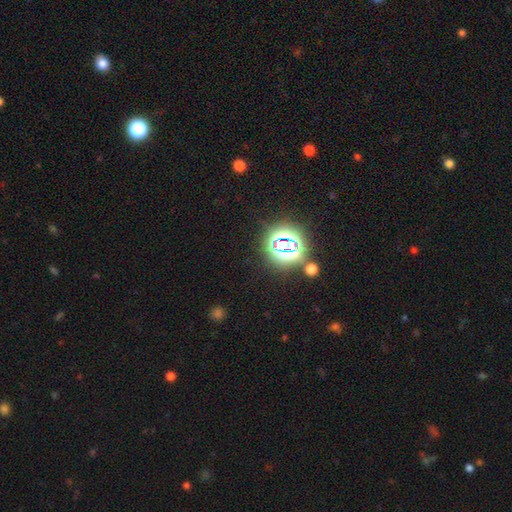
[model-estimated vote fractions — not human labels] Smooth or featured: star or artifact — 81% (smooth — 13%)